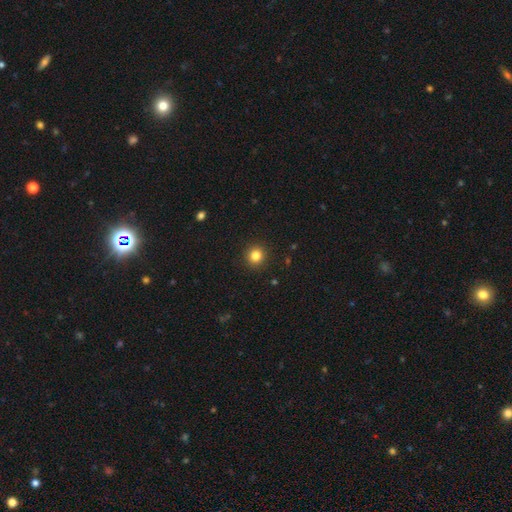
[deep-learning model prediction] Overall: smooth (83%). How rounded: round (93%). Merging: none (92%).